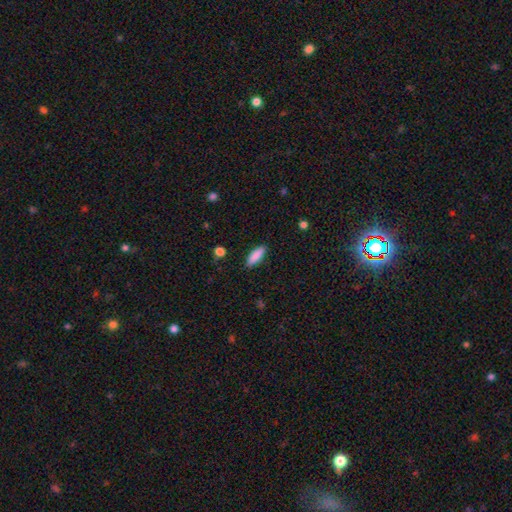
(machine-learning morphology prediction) smooth-or-featured: smooth: 88% | star or artifact: 6% | featured or disk: 6%
  how-rounded: in between: 57% | cigar-shaped: 41% | round: 2%
  merging: none: 88% | minor disturbance: 9% | major disturbance: 2% | merger: 1%